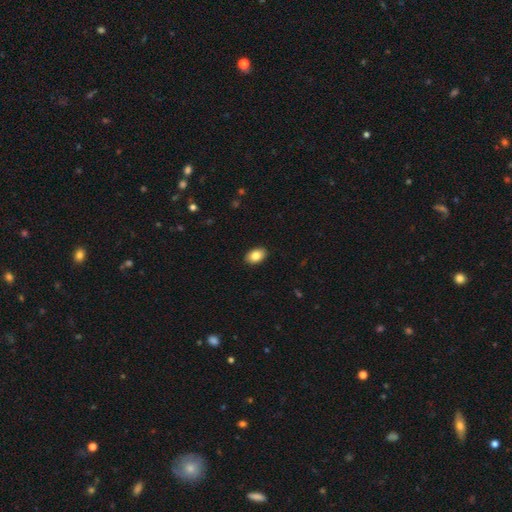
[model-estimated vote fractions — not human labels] This appears to be a smooth galaxy with no disk features (85%) that is in between round and cigar-shaped (88%). Merging: none (90%).